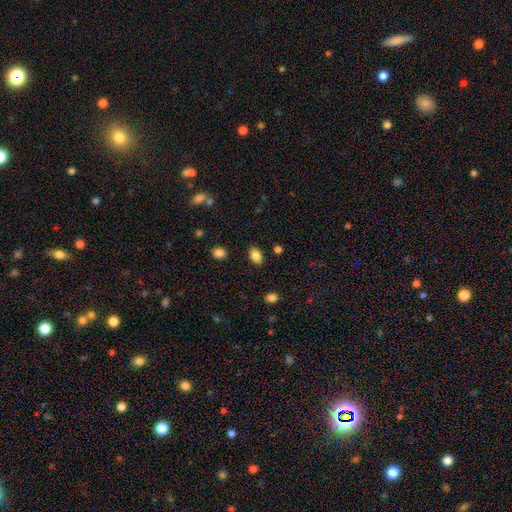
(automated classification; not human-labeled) Q: Smooth or featured?
A: smooth (85%); runner-up: star or artifact (9%)
Q: How rounded?
A: in between (88%); runner-up: round (11%)
Q: Merging?
A: none (86%); runner-up: minor disturbance (10%)